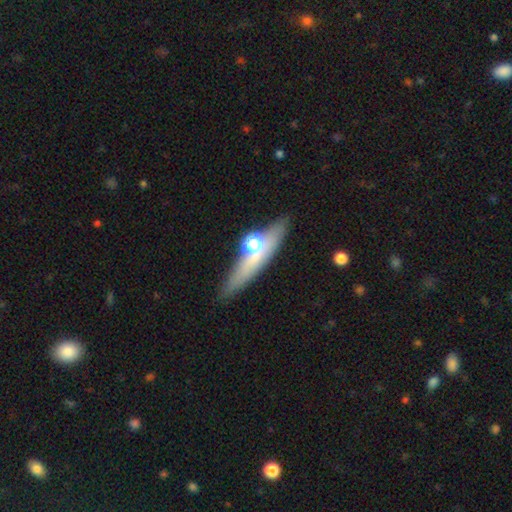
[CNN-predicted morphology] This appears to be a featured or disk galaxy (46%). Merging: none (76%).